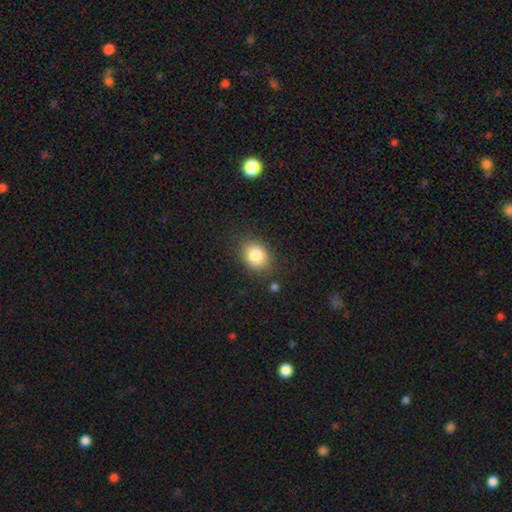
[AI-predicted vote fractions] A smooth galaxy with no disk features (84%) that is round (51%). Merging: none (82%).